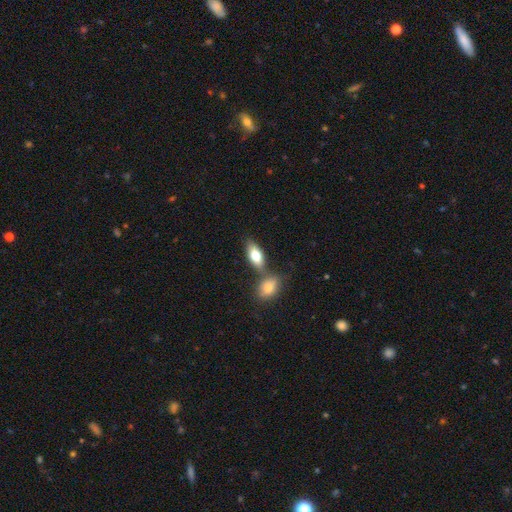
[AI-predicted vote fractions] A smooth galaxy with no disk features (75%) that is in between round and cigar-shaped (85%).

Vote fractions:
- Smooth or featured? smooth: 75% / featured or disk: 18% / star or artifact: 7%
- How rounded? in between: 85% / cigar-shaped: 10% / round: 4%
- Merging? none: 51% / merger: 35% / minor disturbance: 11% / major disturbance: 4%